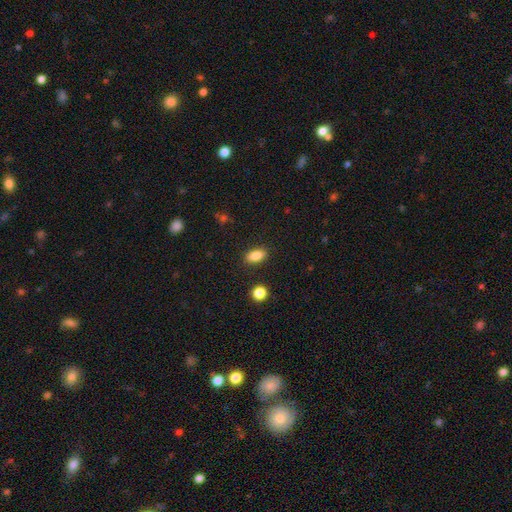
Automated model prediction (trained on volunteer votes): This appears to be a smooth galaxy with no disk features (84%) that is in between round and cigar-shaped (87%). Merging: none (88%).